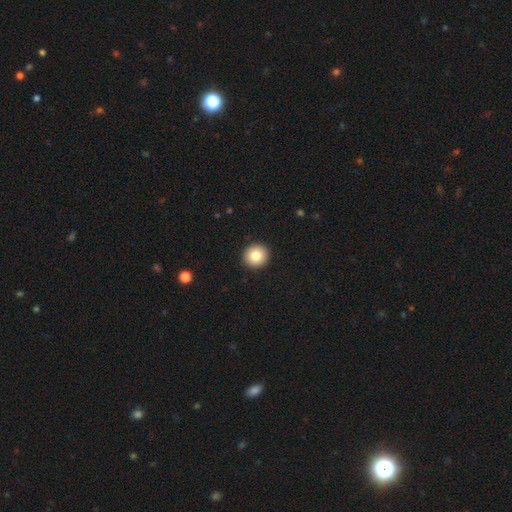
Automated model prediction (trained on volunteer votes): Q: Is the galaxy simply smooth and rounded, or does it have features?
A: smooth — 83%.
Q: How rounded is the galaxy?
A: round — 93%.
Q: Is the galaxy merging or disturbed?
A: none — 93%.